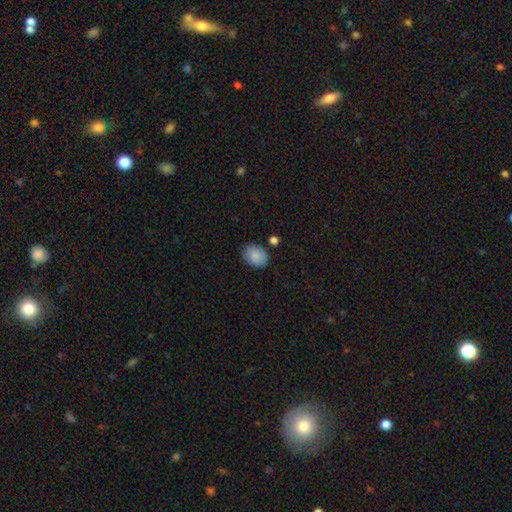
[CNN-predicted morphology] smooth 87%, star or artifact 7%, featured or disk 6%. Down the decision tree: how rounded — in between (66%); merging — none (79%).